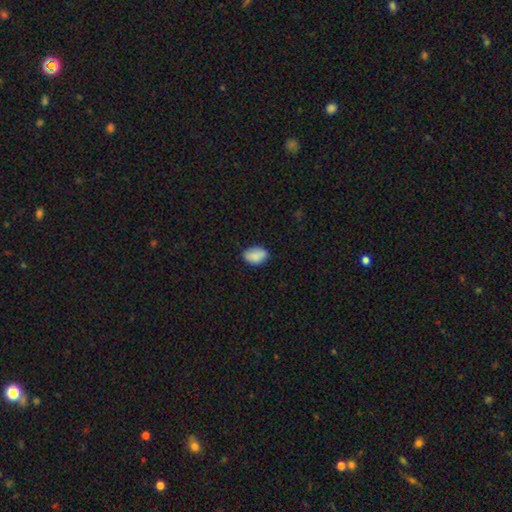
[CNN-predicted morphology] smooth 87%, star or artifact 7%, featured or disk 5%. Down the decision tree: how rounded — in between (85%); merging — none (79%).